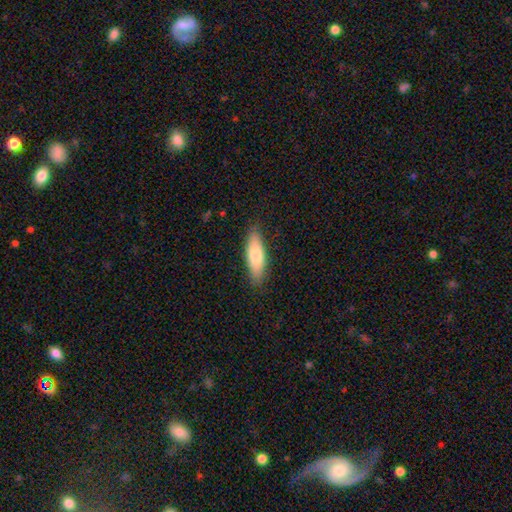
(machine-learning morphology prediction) Overall: smooth (76%). How rounded: in between (53%; cigar-shaped 45%). Merging: none (85%).